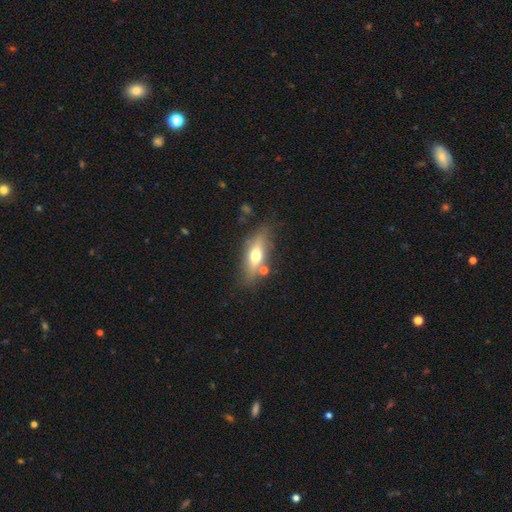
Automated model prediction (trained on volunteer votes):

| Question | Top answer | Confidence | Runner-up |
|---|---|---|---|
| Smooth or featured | smooth | 55% | featured or disk (38%) |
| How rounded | in between | 57% | cigar-shaped (38%) |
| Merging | none | 75% | minor disturbance (14%) |